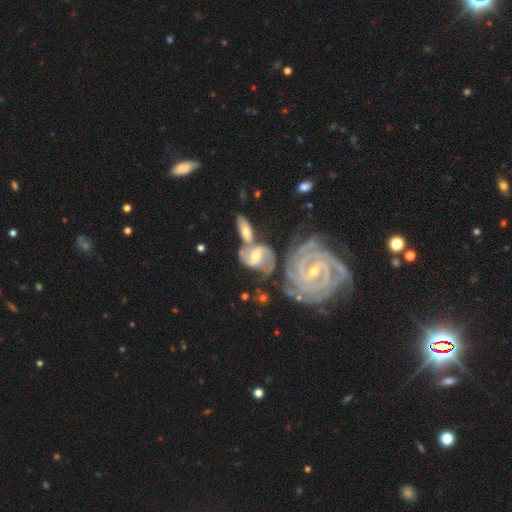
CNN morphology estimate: Smooth or featured?
  - featured or disk: 83% *
  - smooth: 11%
  - star or artifact: 6%
Edge-on disk?
  - no: 96% *
  - yes: 4%
Bar?
  - weak: 45% *
  - no: 28%
  - strong: 27%
Spiral arms?
  - yes: 96% *
  - no: 4%
Spiral winding?
  - tight: 53% *
  - medium: 38%
  - loose: 9%
Spiral arm count?
  - 2: 51% *
  - 3: 22%
  - can't tell: 14%
  - 4: 5%
  - 1: 4%
  - more than 4: 4%
Bulge size?
  - moderate: 52% *
  - small: 43%
  - large: 3%
  - none: 1%
  - dominant: 1%
Merging?
  - merger: 45% *
  - none: 33%
  - minor disturbance: 14%
  - major disturbance: 8%